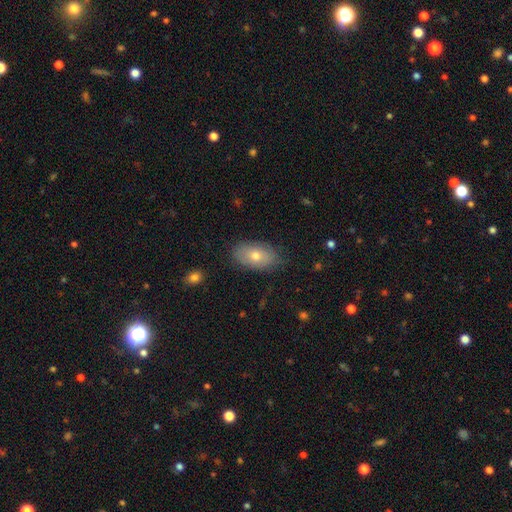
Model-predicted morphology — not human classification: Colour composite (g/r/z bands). It shows a smooth galaxy with no disk features (67%) that is in between round and cigar-shaped (92%). Merging: none (81%).